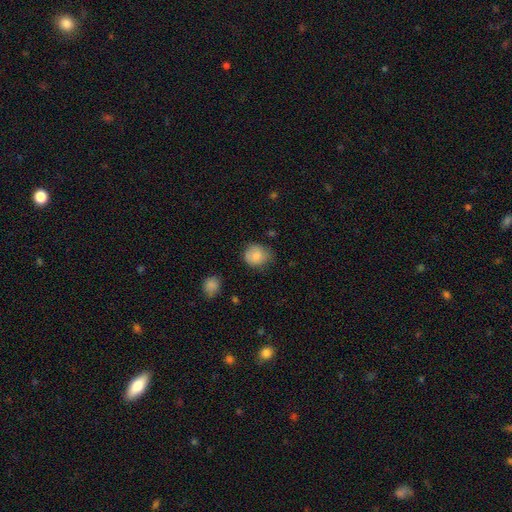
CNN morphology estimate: Smooth or featured? smooth (84%)
How rounded? round (75%)
Merging? none (64%)